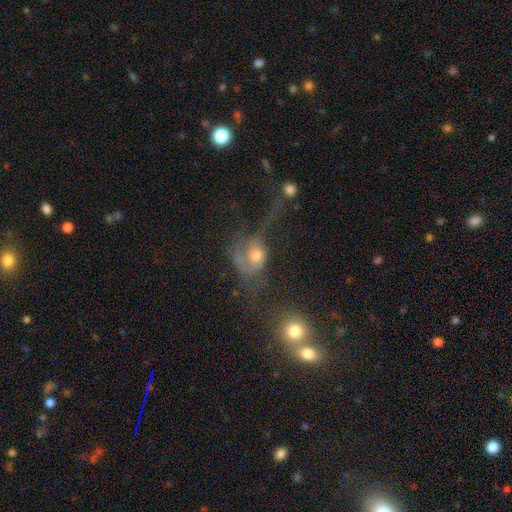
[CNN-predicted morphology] smooth_or_featured: featured or disk (p=0.53) [alt: smooth p=0.34]
disk_edge_on: no (p=0.95) [alt: yes p=0.05]
bar: no (p=0.79) [alt: weak p=0.18]
has_spiral_arms: yes (p=0.63) [alt: no p=0.37]
bulge_size: moderate (p=0.61) [alt: small p=0.22]
merging: major disturbance (p=0.53) [alt: none p=0.20]